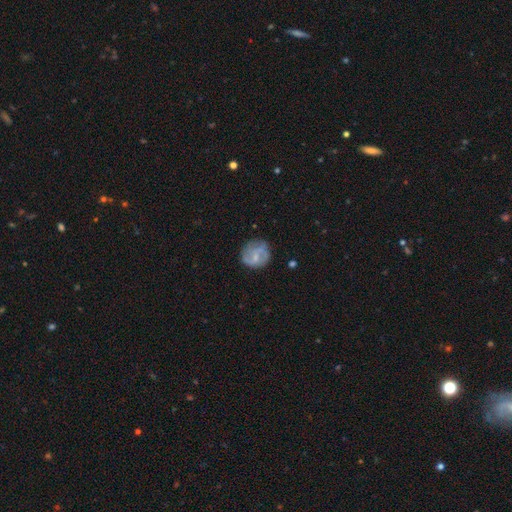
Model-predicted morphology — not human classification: smooth-or-featured: featured or disk: 58% | smooth: 35% | star or artifact: 7%
  disk-edge-on: no: 98% | yes: 2%
    bar: no: 47% | weak: 44% | strong: 9%
    has-spiral-arms: yes: 79% | no: 21%
    bulge-size: small: 57% | moderate: 25% | none: 16% | large: 1% | dominant: 1%
  merging: none: 70% | minor disturbance: 19% | major disturbance: 8% | merger: 2%